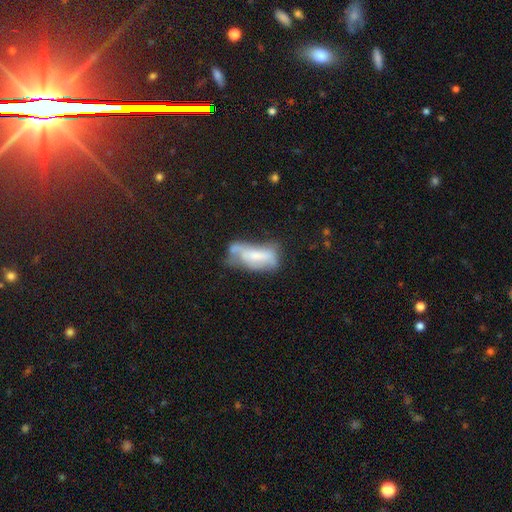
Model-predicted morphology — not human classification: Smooth or featured? smooth (47%)
Merging? major disturbance (28%)